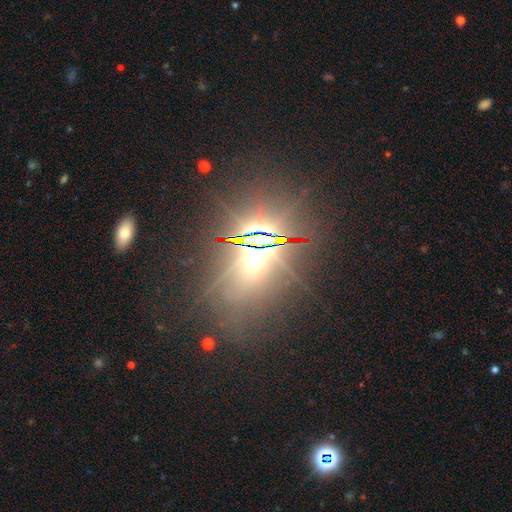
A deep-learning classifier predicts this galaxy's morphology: smooth_or_featured: star or artifact (p=0.63) [alt: featured or disk p=0.19]